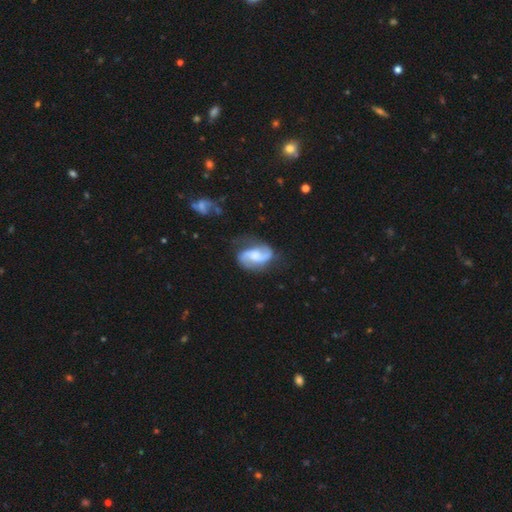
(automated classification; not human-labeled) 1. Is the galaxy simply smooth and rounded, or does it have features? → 84% featured or disk, 11% smooth, 5% star or artifact.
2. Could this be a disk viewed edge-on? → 98% no, 2% yes.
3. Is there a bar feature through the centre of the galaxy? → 47% no, 40% weak, 13% strong.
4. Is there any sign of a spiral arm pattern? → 97% yes, 3% no.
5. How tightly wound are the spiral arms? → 45% medium, 42% loose, 13% tight.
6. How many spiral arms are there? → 92% 2, 3% can't tell, 2% 1, 1% 3, 1% 4, 1% more than 4.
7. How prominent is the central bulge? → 37% moderate, 22% small, 19% none, 19% large, 3% dominant.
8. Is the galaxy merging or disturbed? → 70% none, 19% minor disturbance, 9% major disturbance, 2% merger.